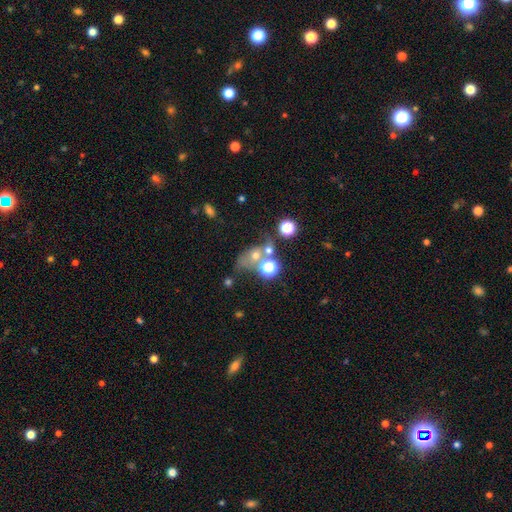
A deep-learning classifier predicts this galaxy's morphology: Overall: smooth (52%; star or artifact 26%). How rounded: round (54%; in between 43%). Merging: merger (36%; none 35%).